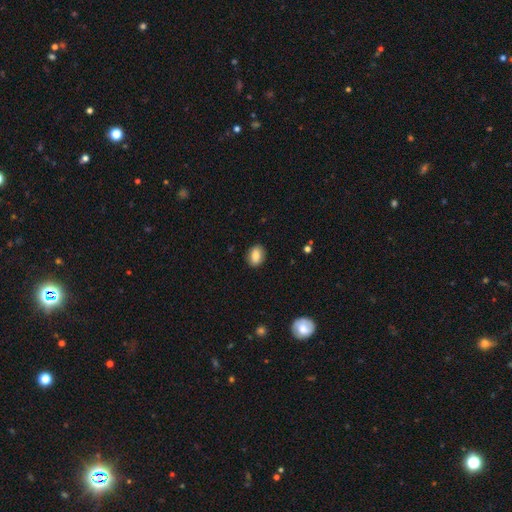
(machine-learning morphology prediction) A smooth galaxy with no disk features (85%) that is in between round and cigar-shaped (74%). Merging: none (88%).